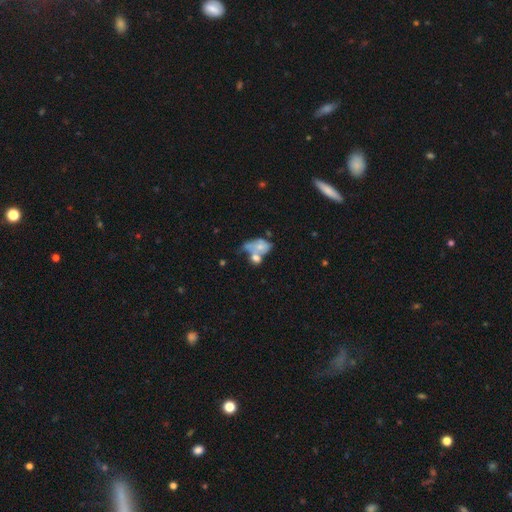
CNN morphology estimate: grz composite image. It shows a smooth galaxy with no disk features (46%). Merging: merger (47%).